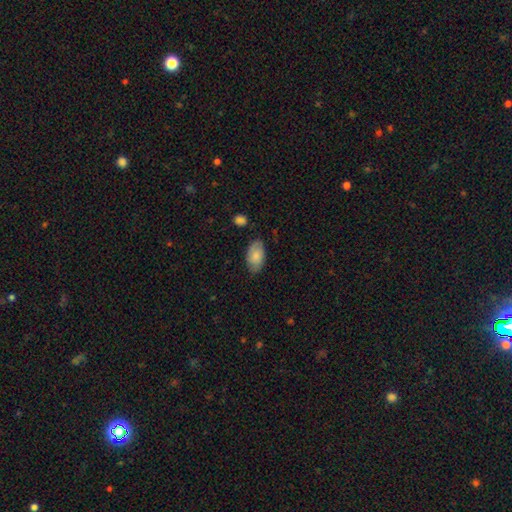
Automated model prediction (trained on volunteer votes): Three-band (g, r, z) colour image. It shows a smooth galaxy with no disk features (79%) that is in between round and cigar-shaped (94%). Merging: none (76%).